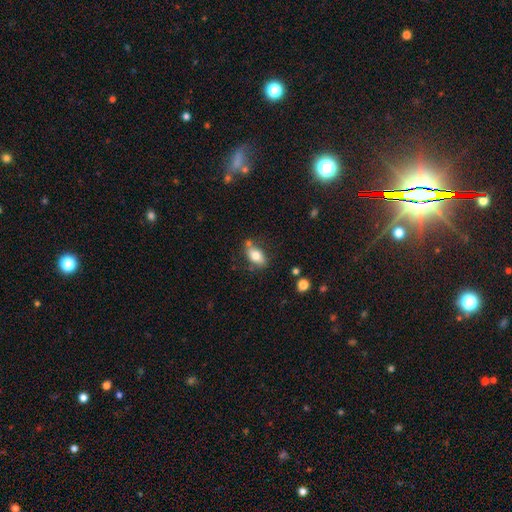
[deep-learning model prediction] Smooth or featured: smooth — 74% (featured or disk — 18%)
How rounded: in between — 88% (round — 7%)
Merging: none — 69% (minor disturbance — 18%)